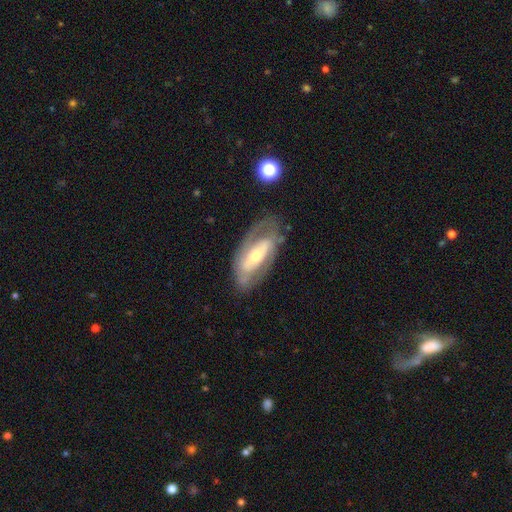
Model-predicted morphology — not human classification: This appears to be a featured or disk galaxy (76%) with a strong bar (45%), spiral arms (69%) and a small central bulge (48%). Merging: none (70%).